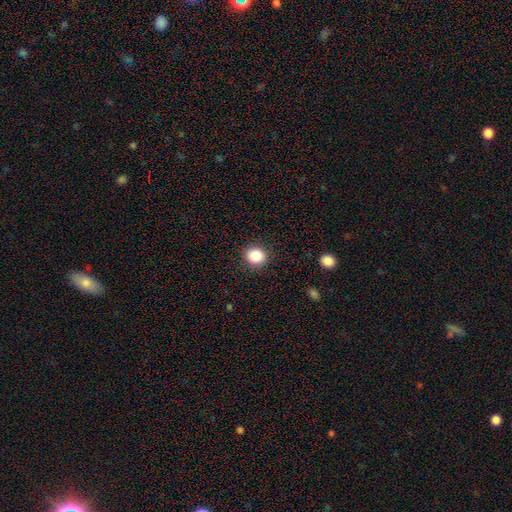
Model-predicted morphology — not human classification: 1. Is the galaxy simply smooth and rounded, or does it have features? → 87% smooth, 9% star or artifact, 4% featured or disk.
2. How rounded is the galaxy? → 83% round, 16% in between, 1% cigar-shaped.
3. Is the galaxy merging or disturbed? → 90% none, 7% minor disturbance, 2% major disturbance, 1% merger.